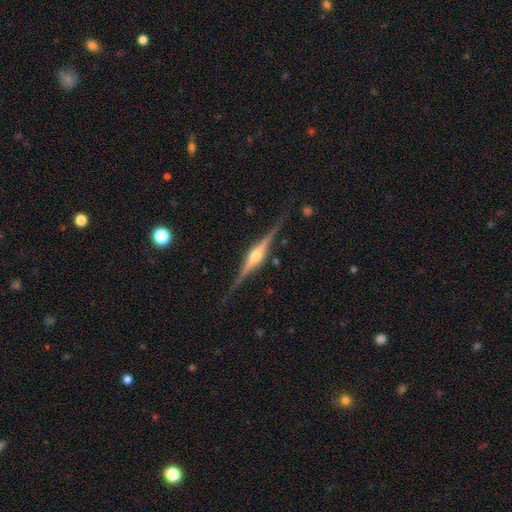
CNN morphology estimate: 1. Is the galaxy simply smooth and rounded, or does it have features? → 86% featured or disk, 9% smooth, 5% star or artifact.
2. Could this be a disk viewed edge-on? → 98% yes, 2% no.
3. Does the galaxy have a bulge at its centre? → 93% rounded, 5% boxy, 2% none.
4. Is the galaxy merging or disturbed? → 86% none, 10% minor disturbance, 2% major disturbance, 2% merger.